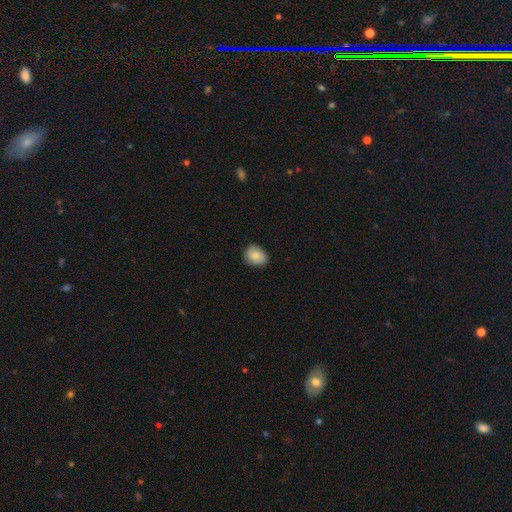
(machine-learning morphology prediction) The model was most divided on "how rounded": in between: 53%, round: 46%, cigar-shaped: 1%. More confident: smooth or featured — smooth (84%); merging — none (79%).